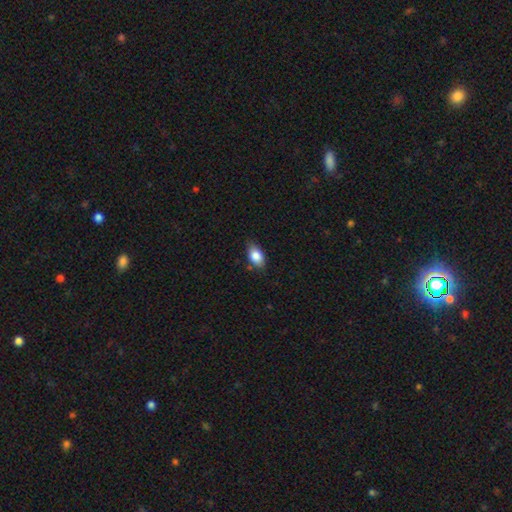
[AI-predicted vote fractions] Q: Smooth or featured?
A: smooth (84%); runner-up: featured or disk (8%)
Q: How rounded?
A: in between (90%); runner-up: round (7%)
Q: Merging?
A: none (77%); runner-up: minor disturbance (18%)